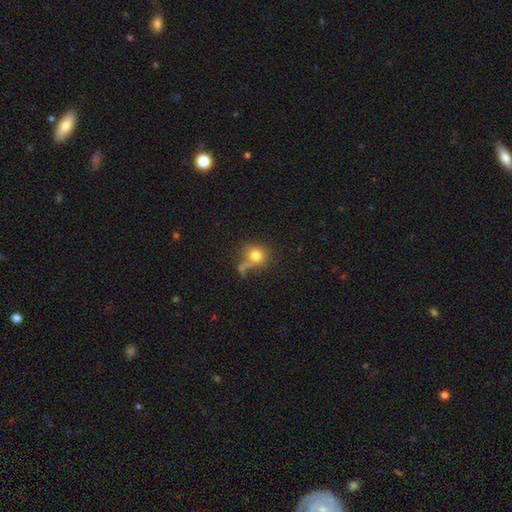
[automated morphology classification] Smooth or featured: smooth — 77% (featured or disk — 12%)
How rounded: round — 73% (in between — 25%)
Merging: none — 46% (merger — 21%)